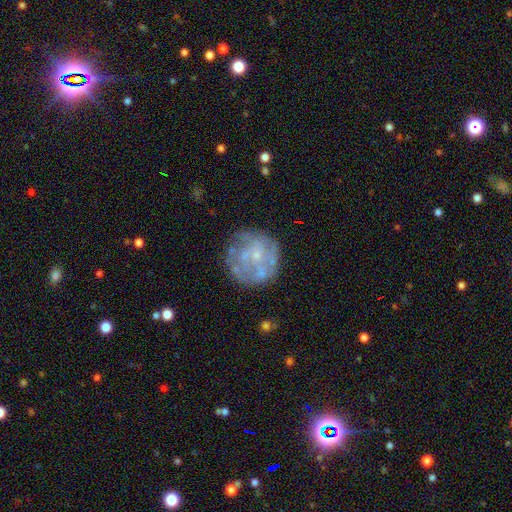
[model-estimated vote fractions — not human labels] featured or disk 64%, smooth 27%, star or artifact 9%. Down the decision tree: edge-on disk — no (98%); bar — no (84%); spiral arms — no (69%); bulge size — small (61%); merging — none (65%).